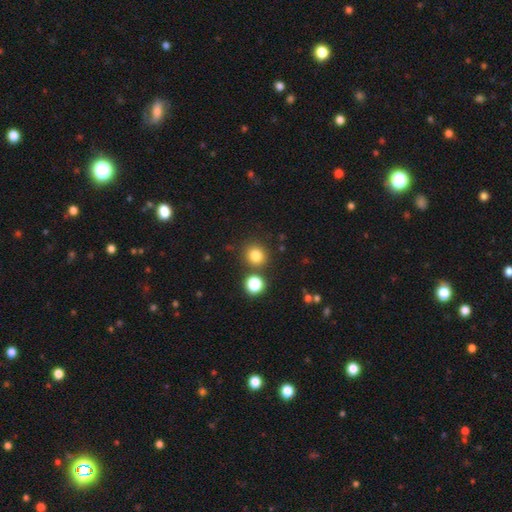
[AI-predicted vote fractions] Morphology: type=smooth (80%); roundness=round (88%); merging=none (80%).